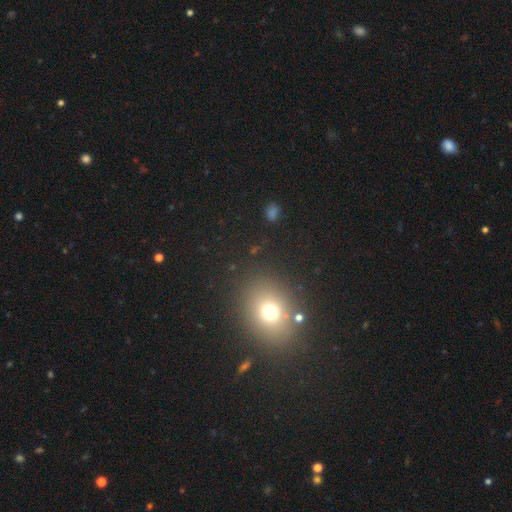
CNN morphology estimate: Smooth or featured? Predicted: smooth (p=0.61). How rounded? Predicted: round (p=0.55). Merging? Predicted: none (p=0.88).